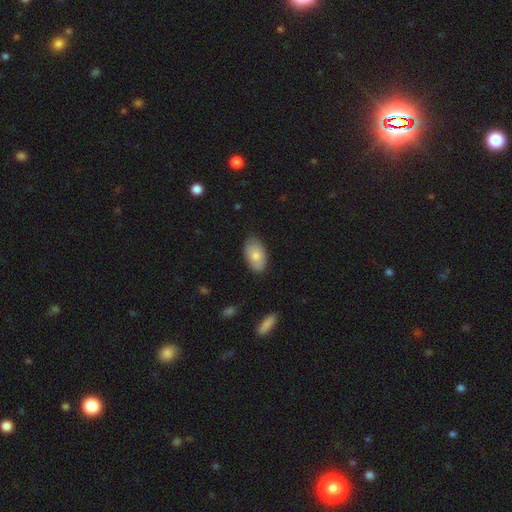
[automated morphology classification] This appears to be a smooth galaxy with no disk features (79%) that is in between round and cigar-shaped (94%). Merging: none (81%).